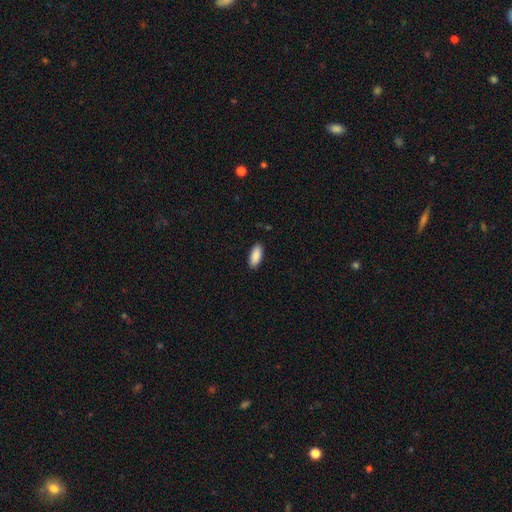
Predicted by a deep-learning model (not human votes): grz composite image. It shows a smooth galaxy with no disk features (90%) that is in between round and cigar-shaped (86%). Merging: none (89%).